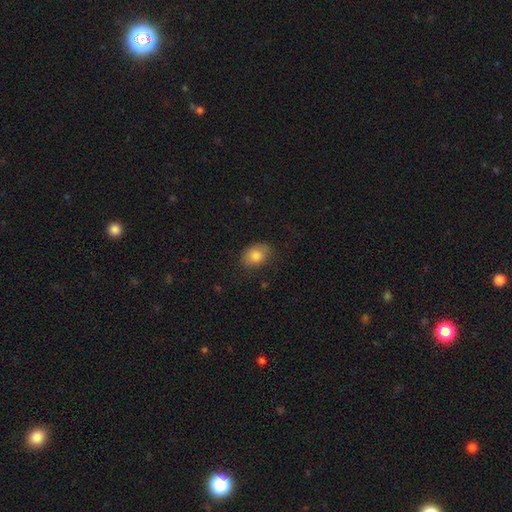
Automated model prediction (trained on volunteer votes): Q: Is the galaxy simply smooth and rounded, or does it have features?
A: smooth — 83%.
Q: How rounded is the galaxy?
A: in between — 73%.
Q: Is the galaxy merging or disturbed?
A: none — 72%.